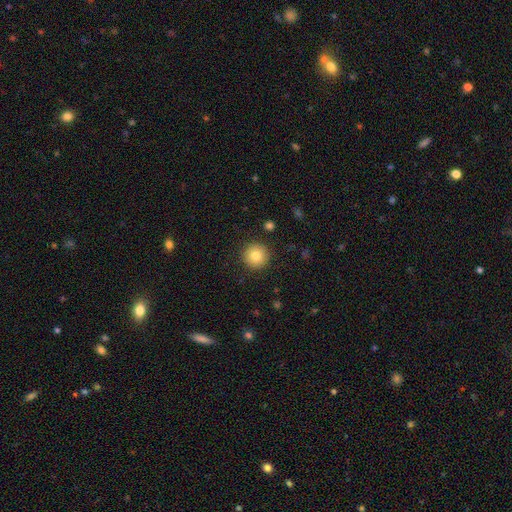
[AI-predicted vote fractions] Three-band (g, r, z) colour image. It shows a smooth galaxy with no disk features (82%) that is round (95%). Merging: none (91%).